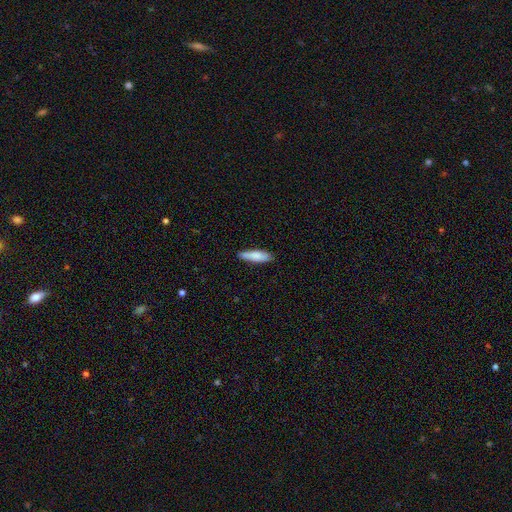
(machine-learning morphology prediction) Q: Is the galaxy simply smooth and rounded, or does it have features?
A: smooth — 83%.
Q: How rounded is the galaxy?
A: cigar-shaped — 62%.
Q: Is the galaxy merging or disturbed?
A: none — 82%.